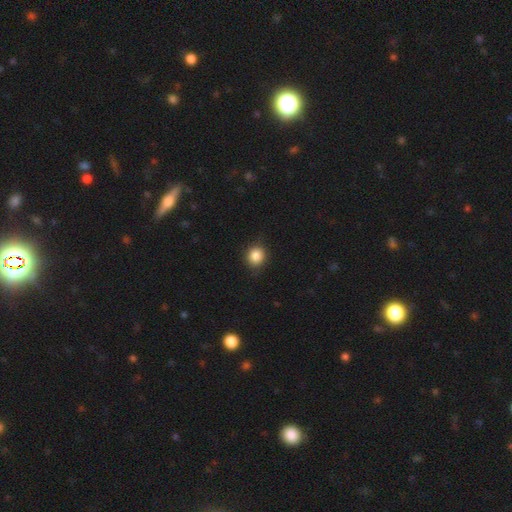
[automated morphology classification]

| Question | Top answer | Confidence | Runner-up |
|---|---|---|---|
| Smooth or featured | smooth | 86% | star or artifact (9%) |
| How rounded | round | 72% | in between (27%) |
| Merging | none | 84% | minor disturbance (12%) |